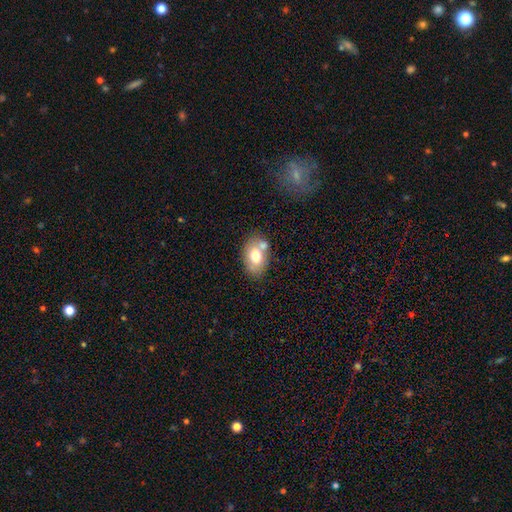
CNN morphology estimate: A smooth galaxy with no disk features (69%) that is in between round and cigar-shaped (81%).

Vote fractions:
- Smooth or featured? smooth: 69% / featured or disk: 23% / star or artifact: 8%
- How rounded? in between: 81% / round: 18% / cigar-shaped: 1%
- Merging? none: 56% / merger: 24% / minor disturbance: 16% / major disturbance: 5%